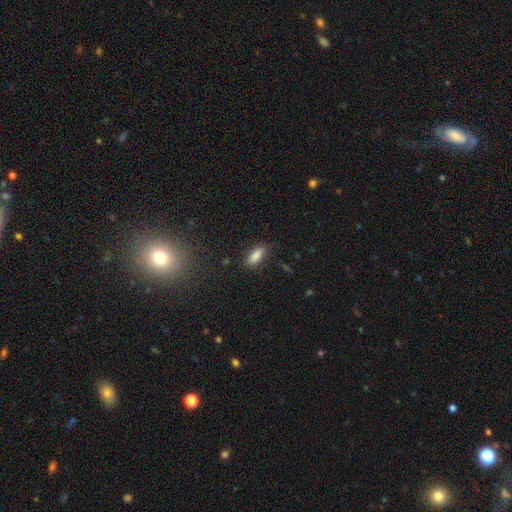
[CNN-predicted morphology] Smooth or featured? smooth (86%)
How rounded? in between (79%)
Merging? none (84%)